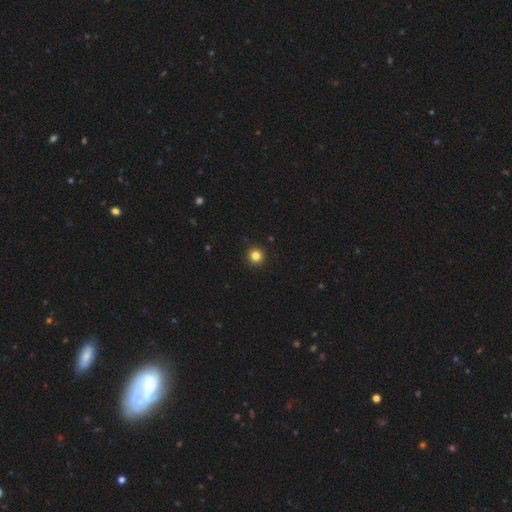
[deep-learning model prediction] smooth-or-featured: smooth: 83% | star or artifact: 12% | featured or disk: 5%
  how-rounded: round: 96% | in between: 3% | cigar-shaped: 1%
  merging: none: 94% | minor disturbance: 4% | major disturbance: 1% | merger: 1%